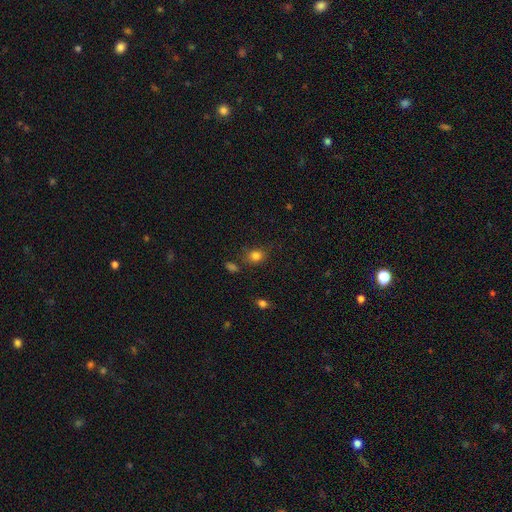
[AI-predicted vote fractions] smooth_or_featured: smooth (p=0.81) [alt: star or artifact p=0.13]
how_rounded: round (p=0.60) [alt: in between p=0.39]
merging: none (p=0.71) [alt: minor disturbance p=0.18]